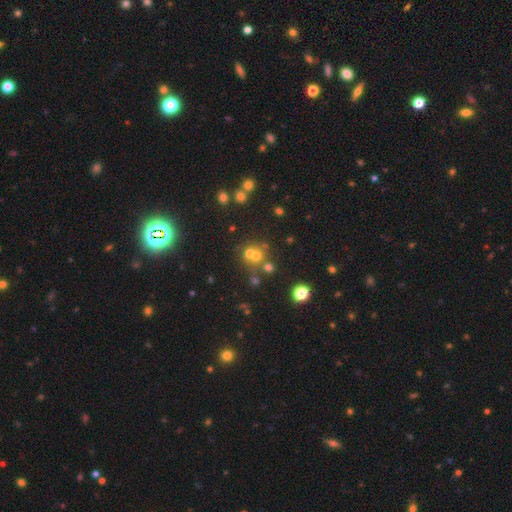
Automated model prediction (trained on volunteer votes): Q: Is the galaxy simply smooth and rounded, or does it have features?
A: smooth — 44%.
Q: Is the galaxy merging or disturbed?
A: none — 53%.